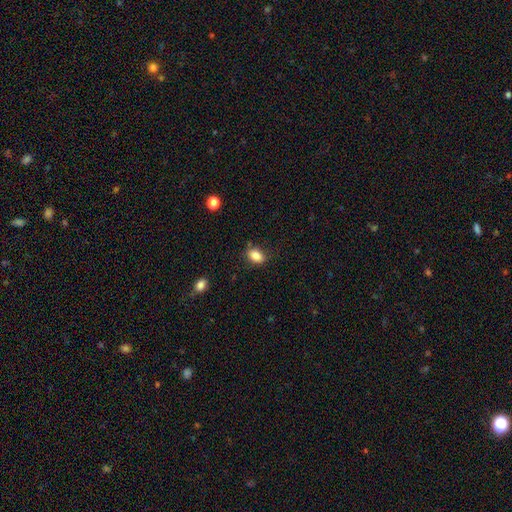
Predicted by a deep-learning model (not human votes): This is clearly a smooth galaxy (85%). How rounded: clearly in between (81%). Merging: likely none (78%).